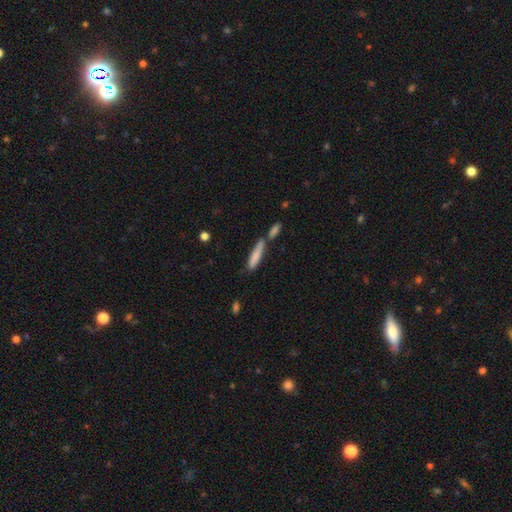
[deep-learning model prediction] smooth_or_featured: smooth (p=0.79) [alt: featured or disk p=0.14]
how_rounded: cigar-shaped (p=0.84) [alt: in between p=0.14]
merging: none (p=0.53) [alt: merger p=0.28]